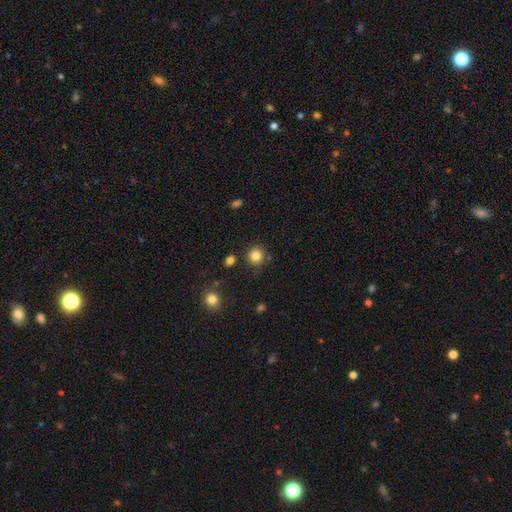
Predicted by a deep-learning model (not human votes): Smooth or featured?
  - smooth: 84% *
  - star or artifact: 12%
  - featured or disk: 5%
How rounded?
  - round: 92% *
  - in between: 7%
  - cigar-shaped: 1%
Merging?
  - none: 84% *
  - minor disturbance: 9%
  - merger: 4%
  - major disturbance: 3%